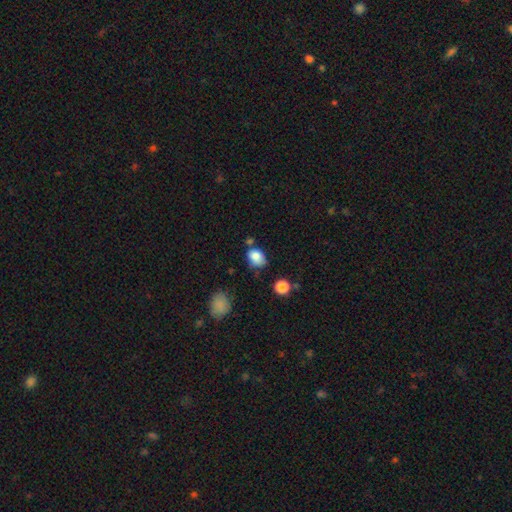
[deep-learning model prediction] The model was most divided on "merging": none: 55%, minor disturbance: 27%, merger: 11%, major disturbance: 7%. More confident: smooth or featured — smooth (82%); how rounded — in between (66%).